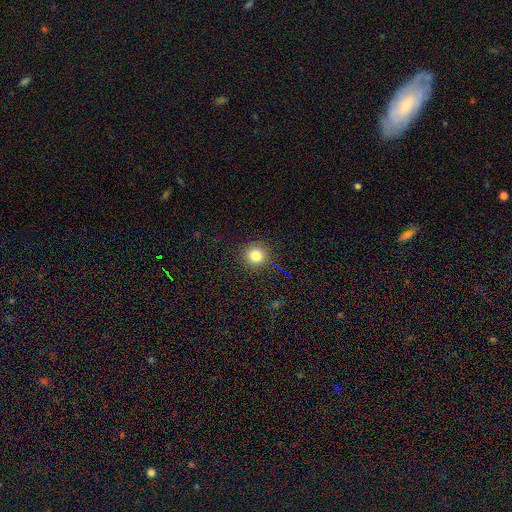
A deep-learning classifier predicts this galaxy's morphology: A smooth galaxy with no disk features (81%) that is round (93%). Merging: none (89%).